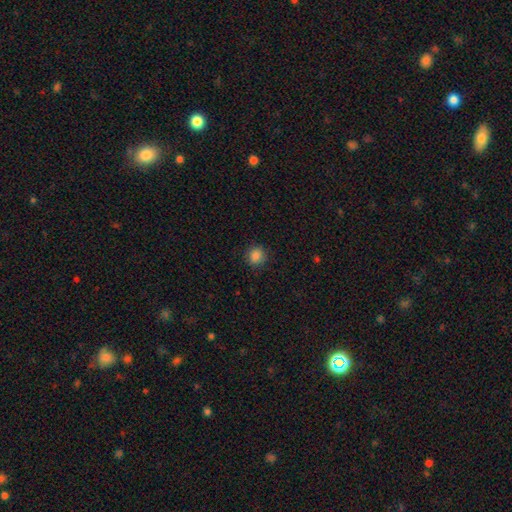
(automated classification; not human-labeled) Smooth or featured: smooth — 85% (star or artifact — 11%)
How rounded: round — 87% (in between — 12%)
Merging: none — 88% (minor disturbance — 8%)